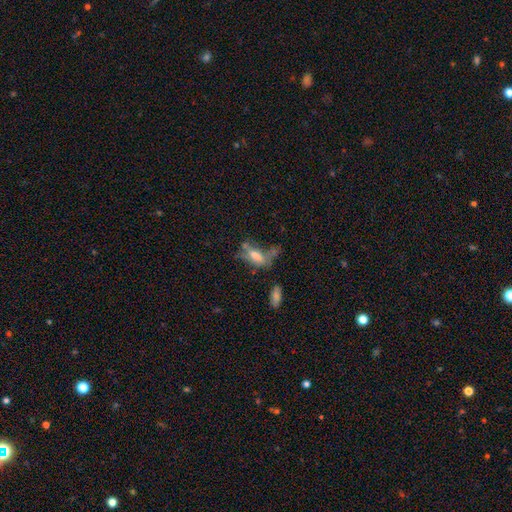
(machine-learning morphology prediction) This appears to be a smooth galaxy with no disk features (54%) that is in between round and cigar-shaped (66%). Merging: none (31%).